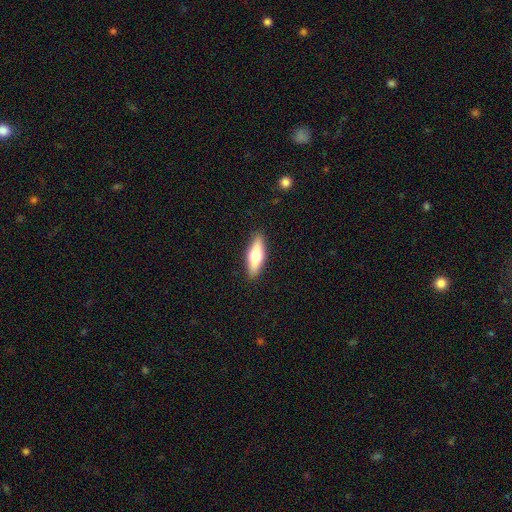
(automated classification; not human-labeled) smooth_or_featured: smooth (p=0.60) [alt: featured or disk p=0.34]
how_rounded: in between (p=0.54) [alt: cigar-shaped p=0.43]
merging: none (p=0.89) [alt: minor disturbance p=0.08]